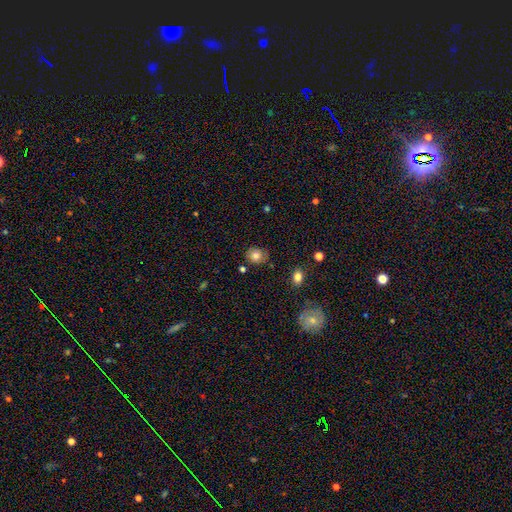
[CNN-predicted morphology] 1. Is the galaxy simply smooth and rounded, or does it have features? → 78% smooth, 12% featured or disk, 10% star or artifact.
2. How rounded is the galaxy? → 74% round, 25% in between, 1% cigar-shaped.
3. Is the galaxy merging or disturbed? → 79% none, 15% minor disturbance, 3% major disturbance, 3% merger.